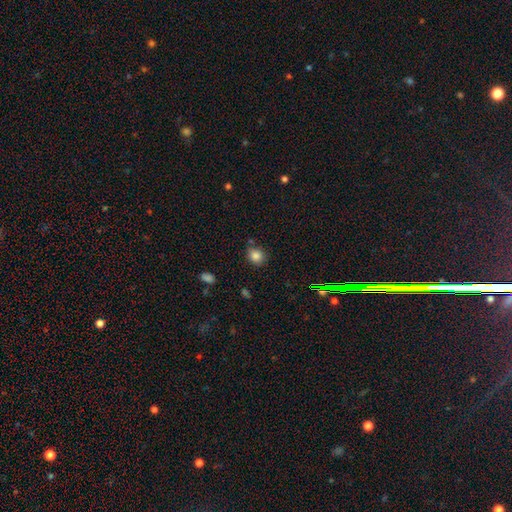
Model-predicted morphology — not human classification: Smooth or featured?
  - smooth: 83% *
  - star or artifact: 12%
  - featured or disk: 5%
How rounded?
  - round: 75% *
  - in between: 24%
  - cigar-shaped: 1%
Merging?
  - none: 76% *
  - minor disturbance: 13%
  - merger: 7%
  - major disturbance: 4%